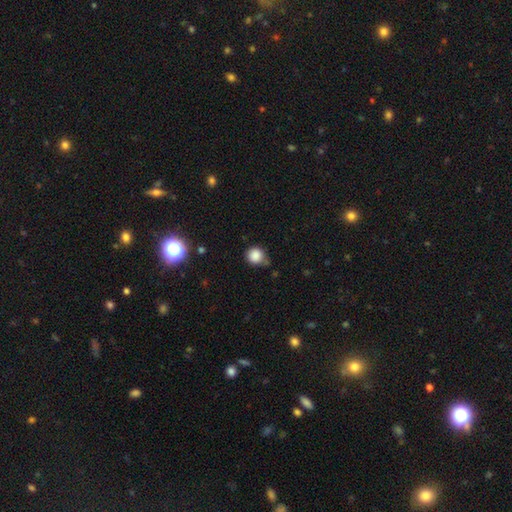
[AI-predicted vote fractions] Q: Smooth or featured?
A: smooth (85%); runner-up: star or artifact (11%)
Q: How rounded?
A: round (90%); runner-up: in between (9%)
Q: Merging?
A: none (63%); runner-up: minor disturbance (27%)